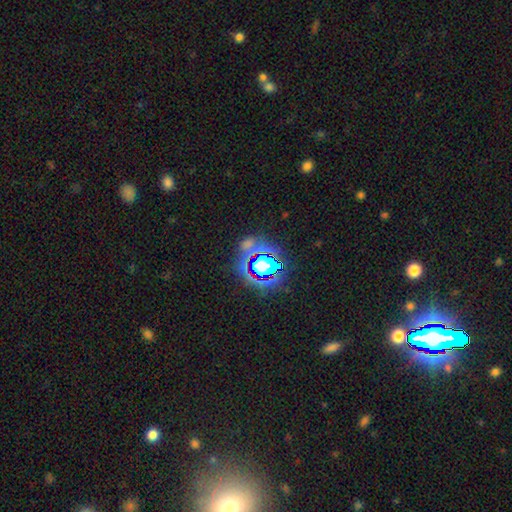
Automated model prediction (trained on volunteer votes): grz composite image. It shows a star or artifact, not a galaxy (80%).